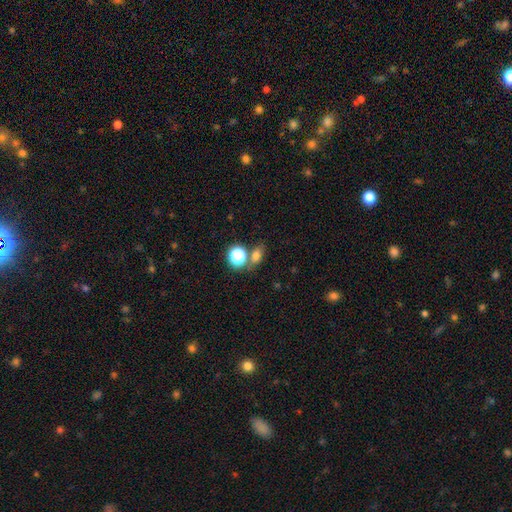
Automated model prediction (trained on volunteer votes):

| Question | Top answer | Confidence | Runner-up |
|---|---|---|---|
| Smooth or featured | smooth | 70% | star or artifact (21%) |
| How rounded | in between | 60% | round (37%) |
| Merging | none | 62% | merger (21%) |